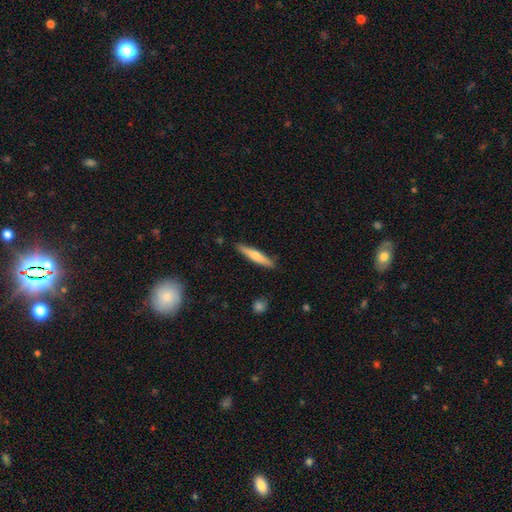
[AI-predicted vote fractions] Smooth or featured?
  - smooth: 60% *
  - featured or disk: 34%
  - star or artifact: 5%
How rounded?
  - cigar-shaped: 91% *
  - in between: 8%
  - round: 1%
Merging?
  - none: 89% *
  - minor disturbance: 8%
  - major disturbance: 2%
  - merger: 1%